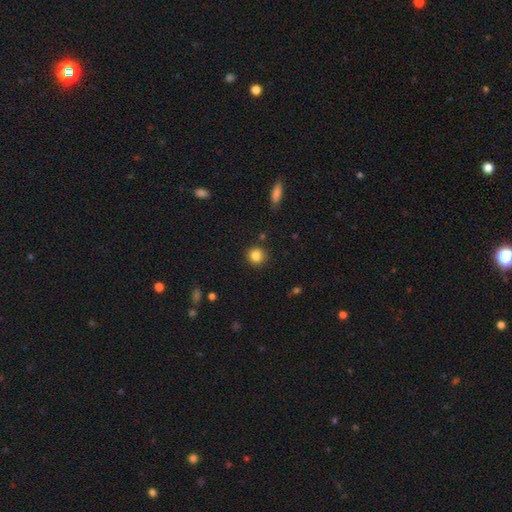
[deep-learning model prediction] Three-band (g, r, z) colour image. It shows a smooth galaxy with no disk features (85%) that is round (89%). Merging: none (87%).